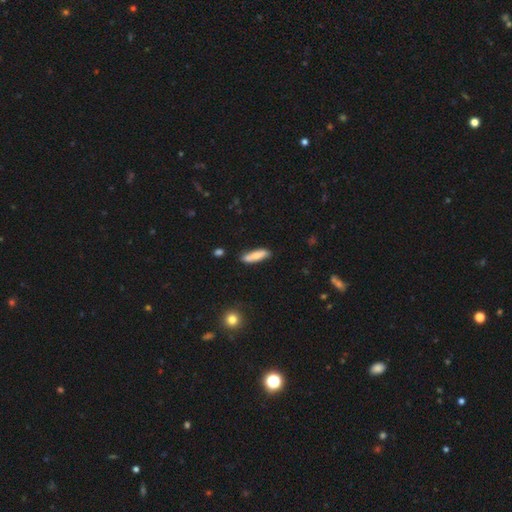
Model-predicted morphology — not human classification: Overall: smooth (74%). How rounded: cigar-shaped (66%; in between 32%). Merging: none (83%).